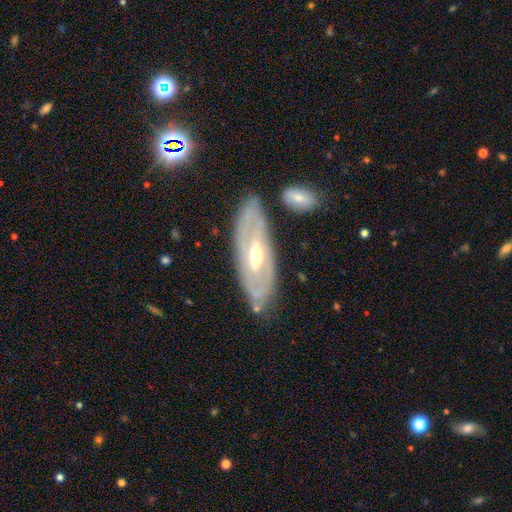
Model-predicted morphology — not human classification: The model was most divided on "bar": weak: 43%, strong: 29%, no: 28%. More confident: edge-on disk — no (81%); merging — none (81%); smooth or featured — featured or disk (80%); spiral arms — yes (71%); bulge size — moderate (58%).